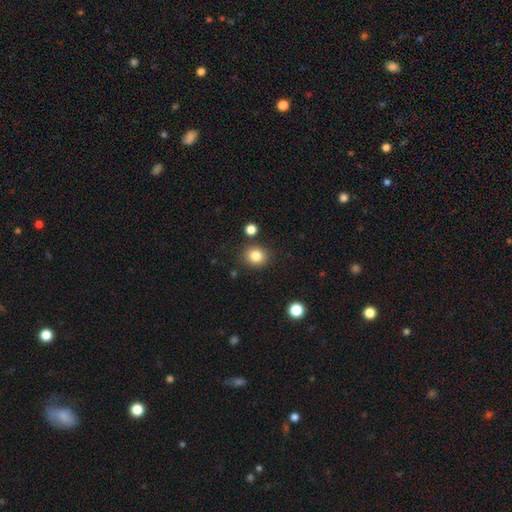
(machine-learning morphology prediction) smooth 83%, star or artifact 11%, featured or disk 6%. Down the decision tree: how rounded — round (77%); merging — none (85%).